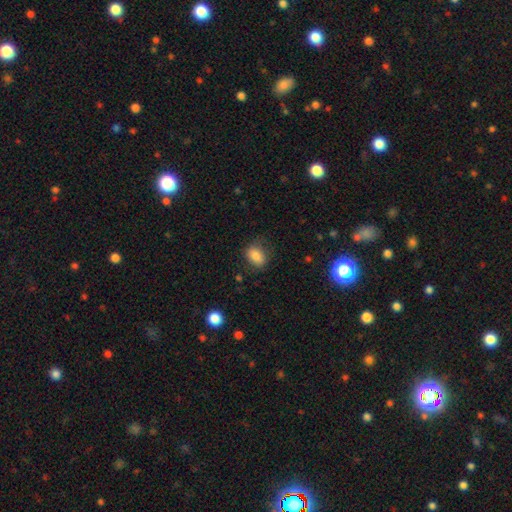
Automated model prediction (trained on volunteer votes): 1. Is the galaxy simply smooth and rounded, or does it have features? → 83% smooth, 9% star or artifact, 8% featured or disk.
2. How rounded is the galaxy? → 73% in between, 25% round, 1% cigar-shaped.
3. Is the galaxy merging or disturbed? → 73% none, 19% minor disturbance, 7% major disturbance, 1% merger.